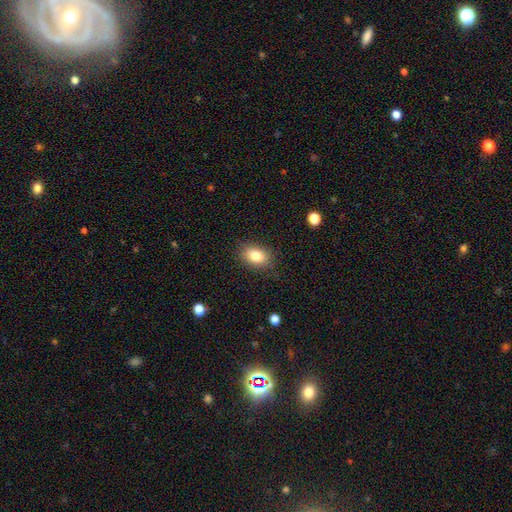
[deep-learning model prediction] The model was most divided on "how rounded": in between: 83%, round: 16%, cigar-shaped: 1%. More confident: merging — none (84%); smooth or featured — smooth (83%).